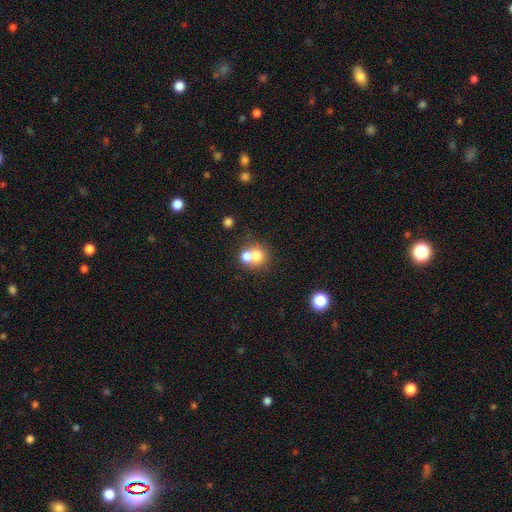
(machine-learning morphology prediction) Smooth or featured?
  - smooth: 70% *
  - featured or disk: 18%
  - star or artifact: 12%
How rounded?
  - round: 79% *
  - in between: 20%
  - cigar-shaped: 1%
Merging?
  - merger: 59% *
  - none: 32%
  - minor disturbance: 6%
  - major disturbance: 3%